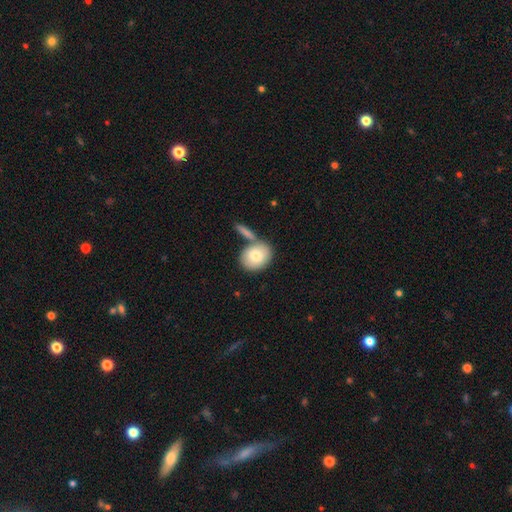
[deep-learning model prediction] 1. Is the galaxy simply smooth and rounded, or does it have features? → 78% smooth, 16% featured or disk, 6% star or artifact.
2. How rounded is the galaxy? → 49% round (tied), 49% in between (tied), 2% cigar-shaped.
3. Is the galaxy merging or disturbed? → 56% none, 28% merger, 13% minor disturbance, 4% major disturbance.